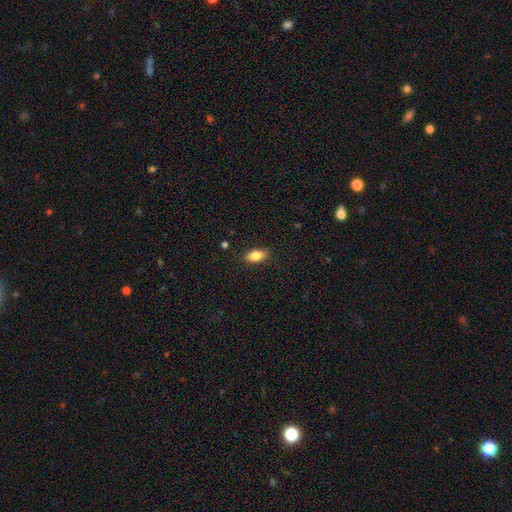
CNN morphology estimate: The model was most divided on "smooth or featured": smooth: 84%, featured or disk: 8%, star or artifact: 8%. More confident: how rounded — in between (89%); merging — none (87%).